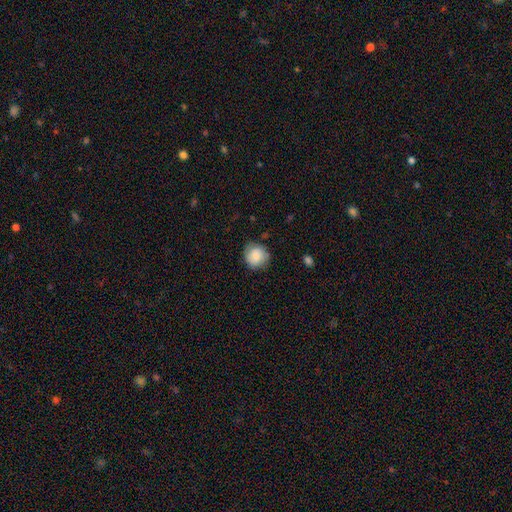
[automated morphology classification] The model was most divided on "merging": none: 79%, minor disturbance: 16%, major disturbance: 4%, merger: 1%. More confident: how rounded — round (89%); smooth or featured — smooth (81%).